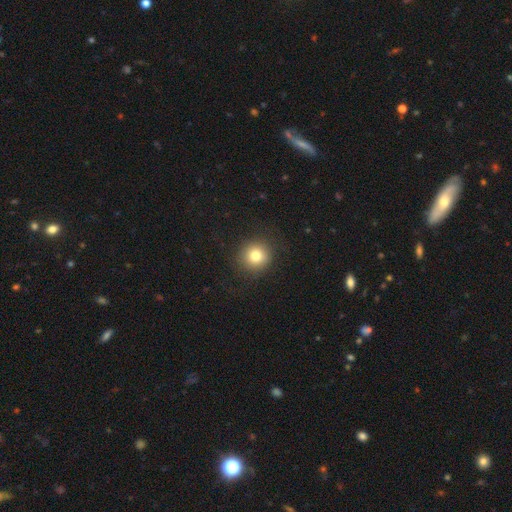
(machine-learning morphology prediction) Smooth or featured? Predicted: smooth (p=0.79). How rounded? Predicted: round (p=0.92). Merging? Predicted: none (p=0.89).